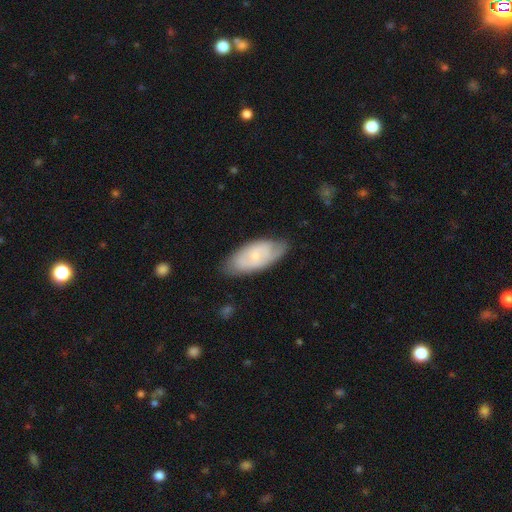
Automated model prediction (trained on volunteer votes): A smooth galaxy with no disk features (49%).

Vote fractions:
- Smooth or featured? smooth: 49% / featured or disk: 45% / star or artifact: 6%
- Merging? none: 71% / minor disturbance: 23% / major disturbance: 5% / merger: 2%